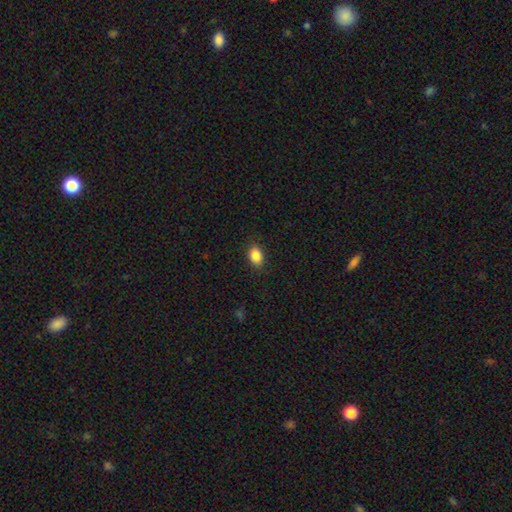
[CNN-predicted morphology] This is clearly a smooth galaxy (87%). How rounded: likely in between (78%). Merging: clearly none (87%).